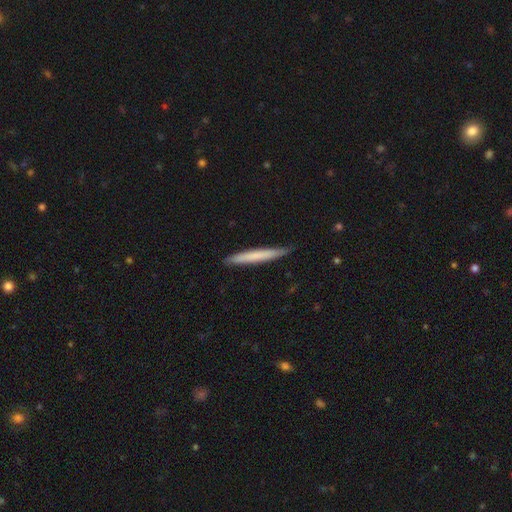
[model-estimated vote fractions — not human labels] A smooth galaxy with no disk features (65%) that is cigar-shaped (97%). Merging: none (87%).